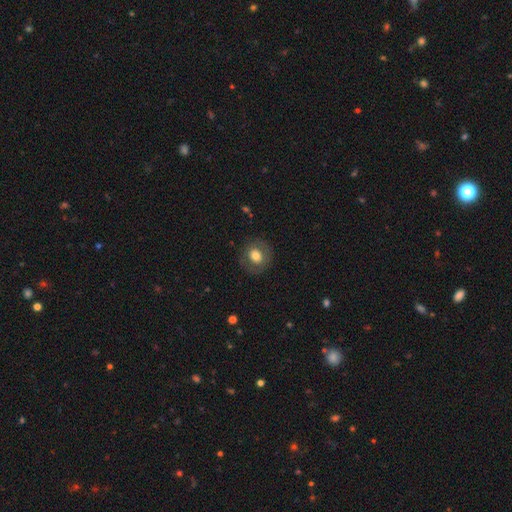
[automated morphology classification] smooth-or-featured: smooth: 68% | featured or disk: 24% | star or artifact: 8%
  how-rounded: round: 77% | in between: 22% | cigar-shaped: 1%
  merging: none: 84% | minor disturbance: 10% | major disturbance: 5% | merger: 1%